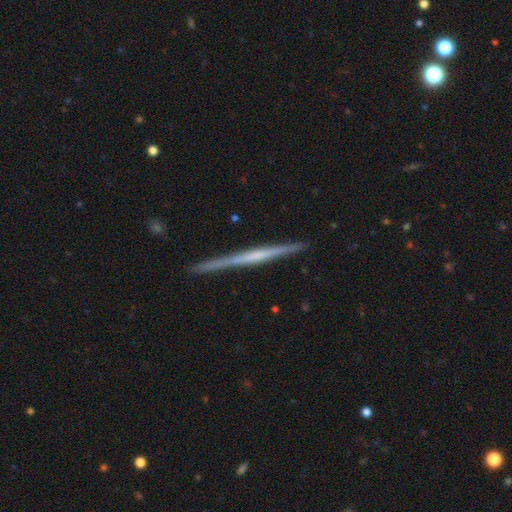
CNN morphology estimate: Smooth or featured: featured or disk — 73% (smooth — 22%)
Edge-on disk: yes — 98% (no — 2%)
Edge-on bulge: none — 60% (rounded — 25%)
Merging: none — 90% (minor disturbance — 7%)